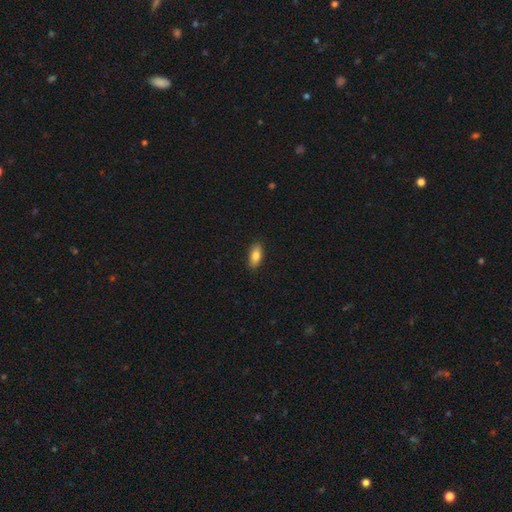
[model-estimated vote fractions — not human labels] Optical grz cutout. It shows a smooth galaxy with no disk features (82%) that is in between round and cigar-shaped (86%). Merging: none (88%).